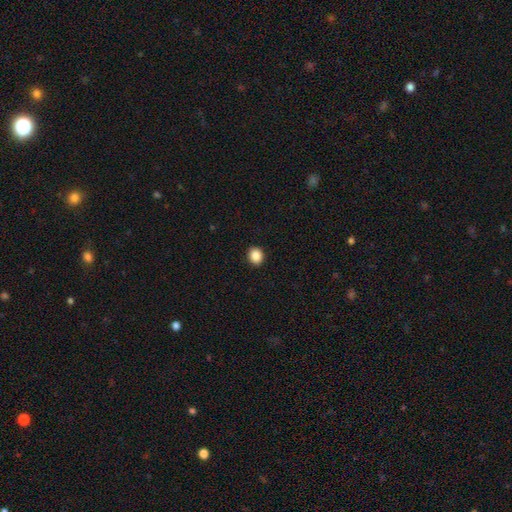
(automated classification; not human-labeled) This appears to be a smooth galaxy with no disk features (87%) that is round (73%). Merging: none (92%).